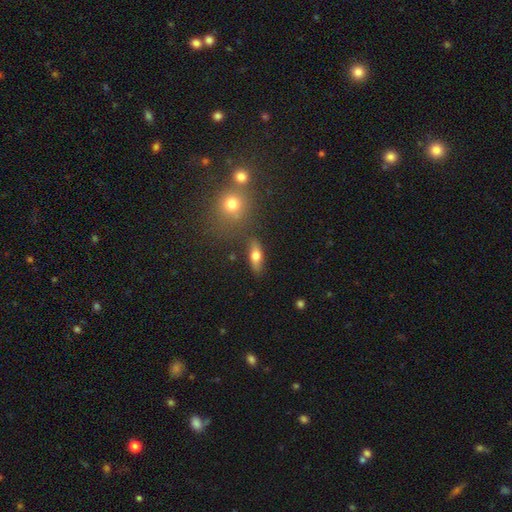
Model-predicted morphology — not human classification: A smooth galaxy with no disk features (64%) that is in between round and cigar-shaped (65%).

Vote fractions:
- Smooth or featured? smooth: 64% / featured or disk: 27% / star or artifact: 9%
- How rounded? in between: 65% / cigar-shaped: 27% / round: 7%
- Merging? none: 79% / minor disturbance: 12% / merger: 6% / major disturbance: 4%